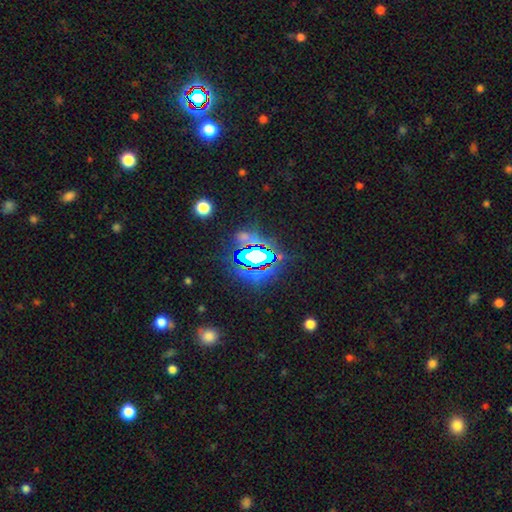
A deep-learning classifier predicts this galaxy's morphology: A star or artifact, not a galaxy (73%).